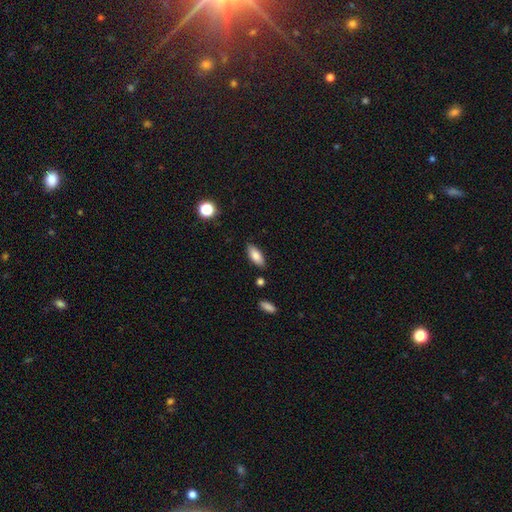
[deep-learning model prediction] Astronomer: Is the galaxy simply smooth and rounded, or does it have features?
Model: smooth — 83%.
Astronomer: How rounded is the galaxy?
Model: in between — 83%.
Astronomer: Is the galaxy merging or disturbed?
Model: none — 84%.